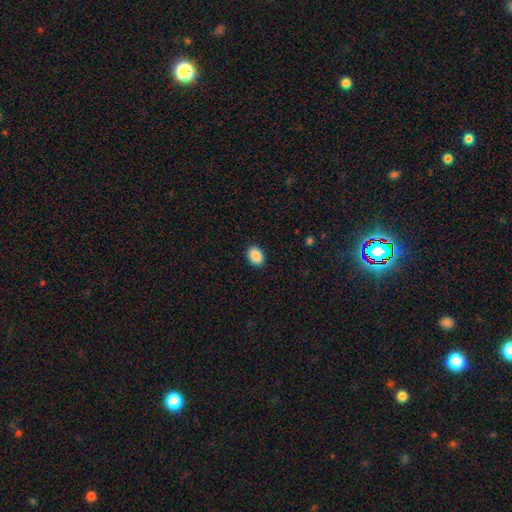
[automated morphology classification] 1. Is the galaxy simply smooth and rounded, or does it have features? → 90% smooth, 7% star or artifact, 3% featured or disk.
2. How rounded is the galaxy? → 78% in between, 21% round, 1% cigar-shaped.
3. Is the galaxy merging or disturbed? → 90% none, 7% minor disturbance, 2% major disturbance, 1% merger.